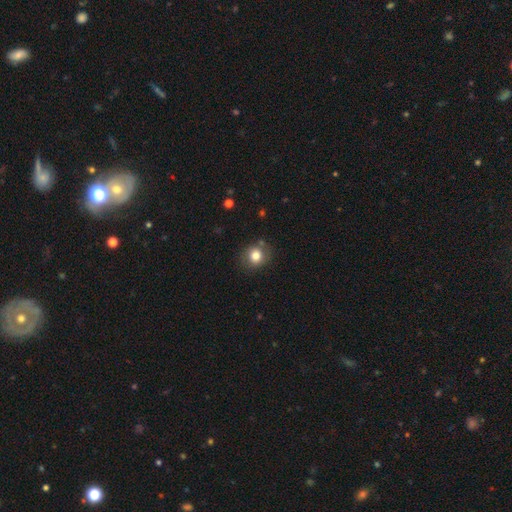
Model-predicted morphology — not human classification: A smooth galaxy with no disk features (80%) that is round (79%). Merging: none (79%).